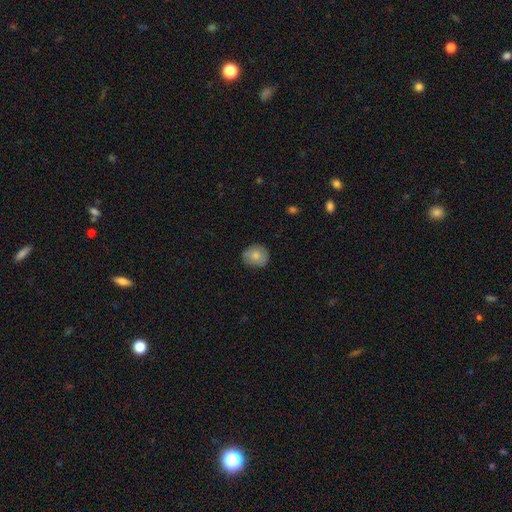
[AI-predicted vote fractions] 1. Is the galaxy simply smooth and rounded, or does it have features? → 75% smooth, 17% featured or disk, 8% star or artifact.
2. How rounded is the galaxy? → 79% round, 20% in between, 1% cigar-shaped.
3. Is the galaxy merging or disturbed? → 79% none, 16% minor disturbance, 3% major disturbance, 1% merger.